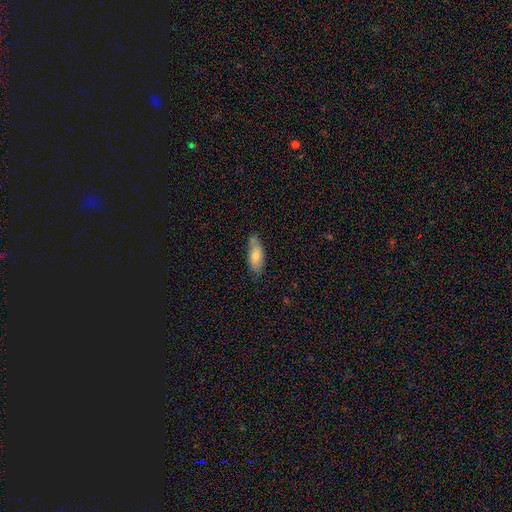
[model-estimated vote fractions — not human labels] A smooth galaxy with no disk features (75%) that is in between round and cigar-shaped (70%).

Vote fractions:
- Smooth or featured? smooth: 75% / featured or disk: 18% / star or artifact: 7%
- How rounded? in between: 70% / cigar-shaped: 28% / round: 2%
- Merging? none: 70% / minor disturbance: 21% / merger: 5% / major disturbance: 3%